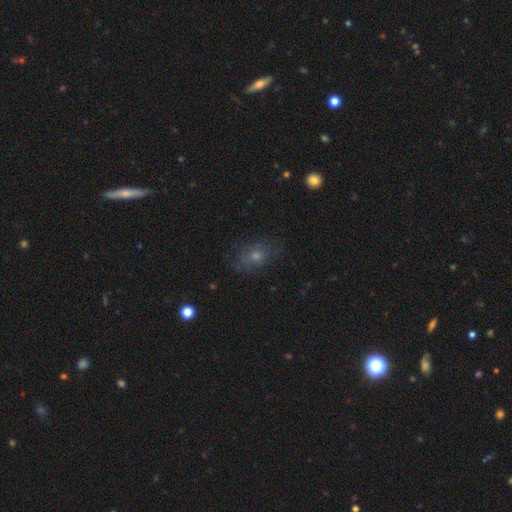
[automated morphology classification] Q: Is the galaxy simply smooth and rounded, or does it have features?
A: smooth — 49%.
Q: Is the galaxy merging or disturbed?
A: none — 73%.